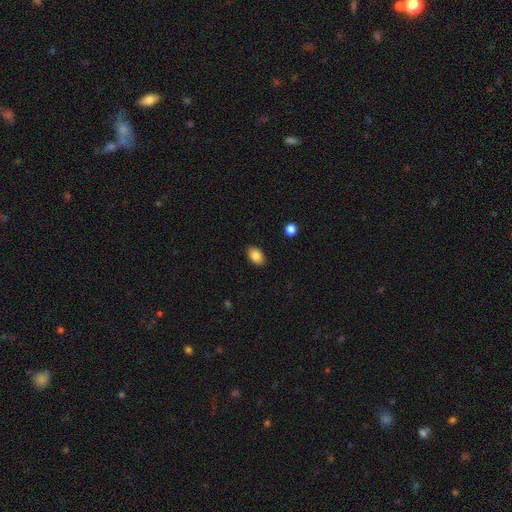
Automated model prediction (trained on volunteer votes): The model was most divided on "how rounded": in between: 85%, round: 14%, cigar-shaped: 1%. More confident: merging — none (88%); smooth or featured — smooth (86%).